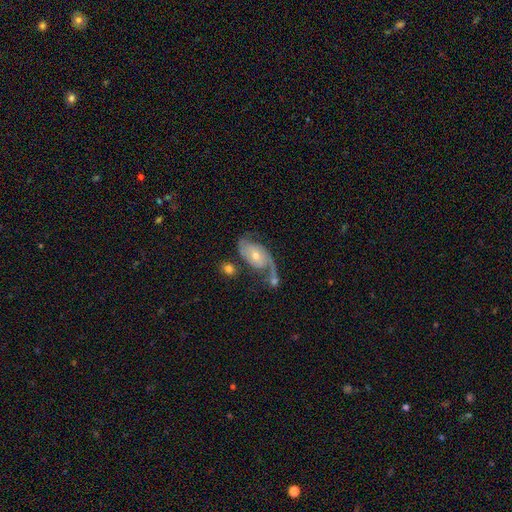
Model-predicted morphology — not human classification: smooth-or-featured: featured or disk: 76% | smooth: 17% | star or artifact: 6%
  disk-edge-on: no: 96% | yes: 4%
    bar: no: 66% | weak: 28% | strong: 6%
    has-spiral-arms: yes: 90% | no: 10%
      spiral-winding: loose: 44% | medium: 38% | tight: 18%
      spiral-arm-count: 2: 71% | 1: 19% | can't tell: 7% | 3: 2% | 4: 1% | more than 4: 1%
    bulge-size: moderate: 57% | small: 36% | large: 4% | none: 2% | dominant: 1%
  merging: none: 39% | merger: 22% | major disturbance: 21% | minor disturbance: 18%